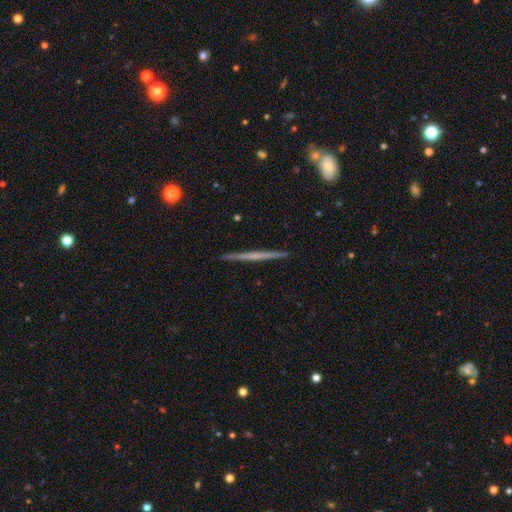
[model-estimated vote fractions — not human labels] Q: Smooth or featured?
A: featured or disk (63%); runner-up: smooth (31%)
Q: Edge-on disk?
A: yes (98%); runner-up: no (2%)
Q: Edge-on bulge?
A: none (75%); runner-up: rounded (19%)
Q: Merging?
A: none (92%); runner-up: minor disturbance (5%)